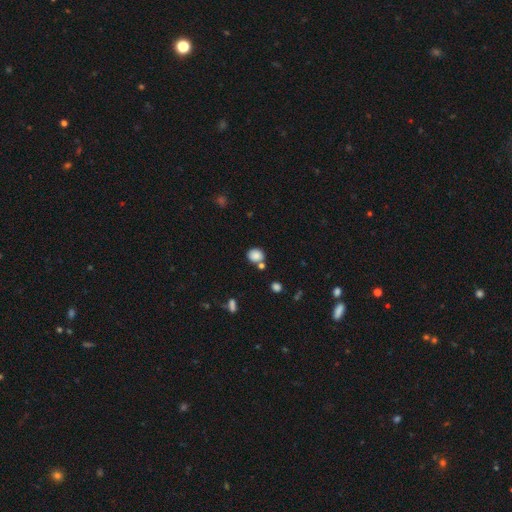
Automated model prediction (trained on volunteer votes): Overall: smooth (84%). How rounded: round (73%). Merging: none (65%).